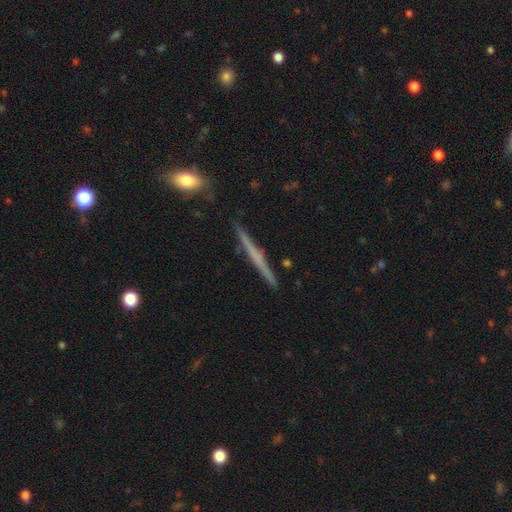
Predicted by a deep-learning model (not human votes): A featured or disk galaxy (59%) viewed edge-on (98%) with no central bulge (72%).

Vote fractions:
- Smooth or featured? featured or disk: 59% / smooth: 35% / star or artifact: 6%
- Edge-on disk? yes: 98% / no: 2%
- Edge-on bulge? none: 72% / rounded: 20% / boxy: 8%
- Merging? none: 90% / minor disturbance: 7% / merger: 1% / major disturbance: 1%